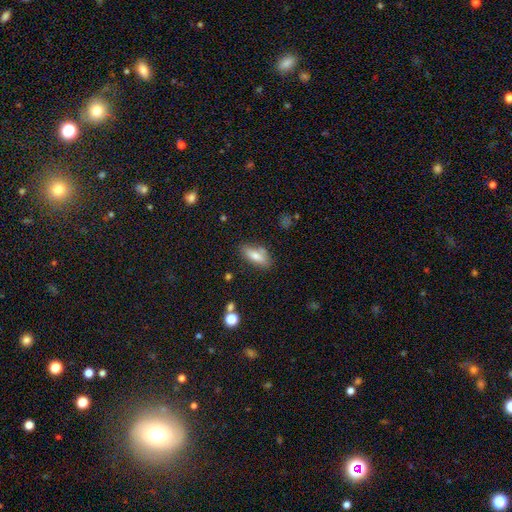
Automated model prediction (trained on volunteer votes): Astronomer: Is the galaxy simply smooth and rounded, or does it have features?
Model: smooth — 75%.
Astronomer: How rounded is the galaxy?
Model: in between — 74%.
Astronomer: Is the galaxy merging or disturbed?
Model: none — 73%.